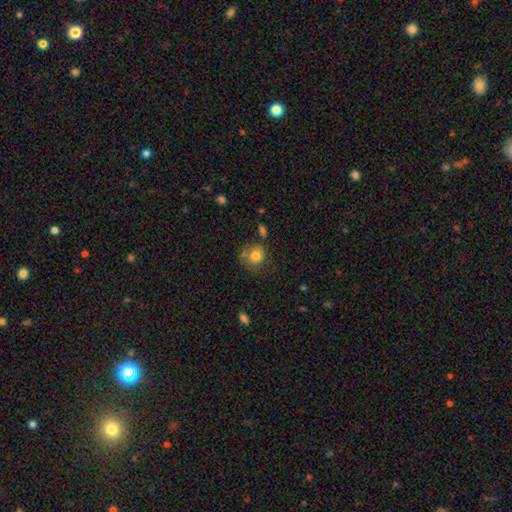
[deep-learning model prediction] The model was most divided on "merging": none: 62%, minor disturbance: 21%, major disturbance: 9%, merger: 8%. More confident: how rounded — round (82%); smooth or featured — smooth (79%).